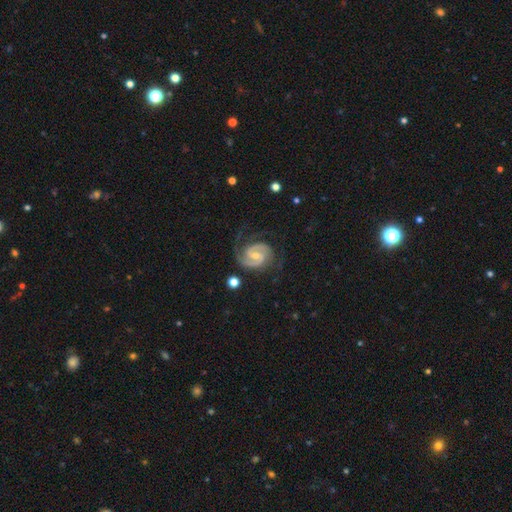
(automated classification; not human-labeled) Smooth or featured: featured or disk — 92% (star or artifact — 4%)
Edge-on disk: no — 98% (yes — 2%)
Bar: weak — 49% (no — 33%)
Spiral arms: yes — 98% (no — 2%)
Spiral winding: tight — 47% (medium — 45%)
Spiral arm count: 2 — 86% (3 — 6%)
Bulge size: moderate — 50% (small — 47%)
Merging: none — 69% (minor disturbance — 19%)